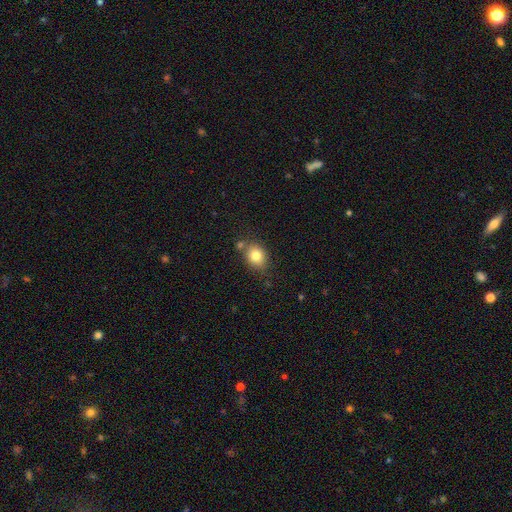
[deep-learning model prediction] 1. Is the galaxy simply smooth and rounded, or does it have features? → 80% smooth, 10% star or artifact, 10% featured or disk.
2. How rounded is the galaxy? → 50% in between, 49% round, 1% cigar-shaped.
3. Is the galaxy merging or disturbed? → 70% none, 15% minor disturbance, 11% merger, 4% major disturbance.